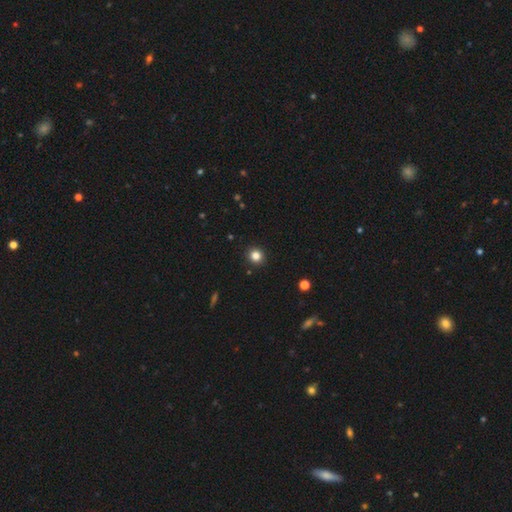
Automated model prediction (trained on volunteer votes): smooth-or-featured: smooth: 83% | star or artifact: 12% | featured or disk: 5%
  how-rounded: round: 89% | in between: 10% | cigar-shaped: 1%
  merging: none: 92% | minor disturbance: 5% | major disturbance: 2% | merger: 1%